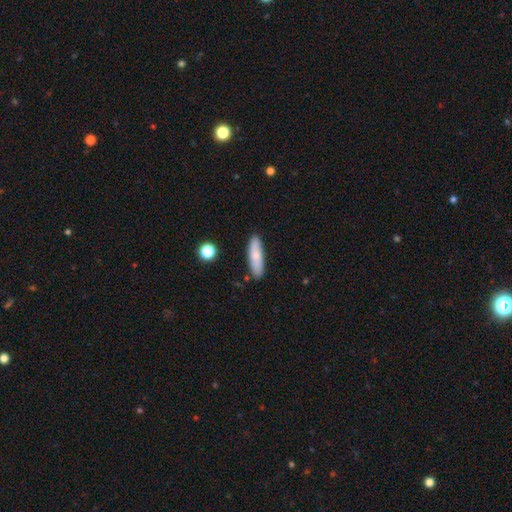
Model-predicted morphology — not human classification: Q: Smooth or featured?
A: smooth (74%); runner-up: featured or disk (20%)
Q: How rounded?
A: cigar-shaped (62%); runner-up: in between (36%)
Q: Merging?
A: none (85%); runner-up: minor disturbance (11%)